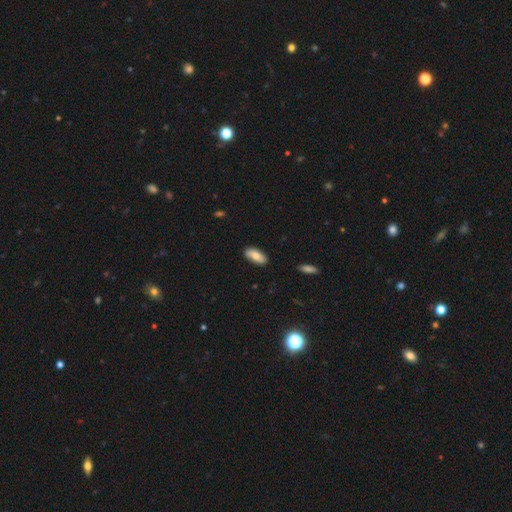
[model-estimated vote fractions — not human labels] smooth_or_featured: smooth (p=0.77) [alt: featured or disk p=0.17]
how_rounded: in between (p=0.85) [alt: cigar-shaped p=0.13]
merging: none (p=0.86) [alt: minor disturbance p=0.11]